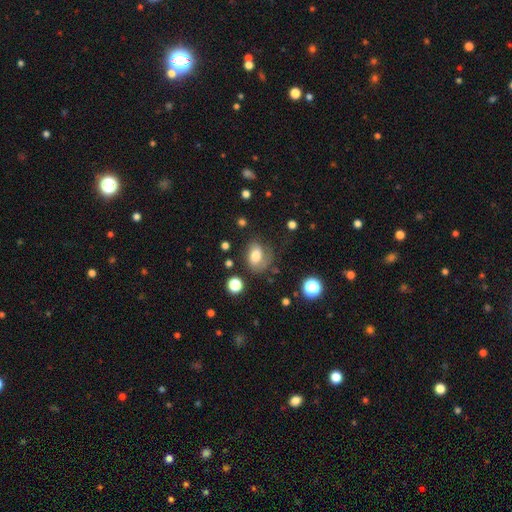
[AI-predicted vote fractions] Smooth or featured?
  - smooth: 68% *
  - featured or disk: 21%
  - star or artifact: 11%
How rounded?
  - in between: 72% *
  - round: 27%
  - cigar-shaped: 1%
Merging?
  - none: 50% *
  - minor disturbance: 26%
  - major disturbance: 20%
  - merger: 4%